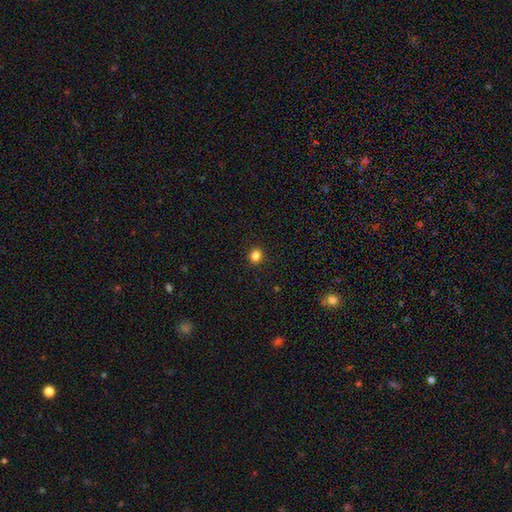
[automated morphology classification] This is clearly a smooth galaxy (84%). How rounded: clearly round (82%). Merging: clearly none (92%).